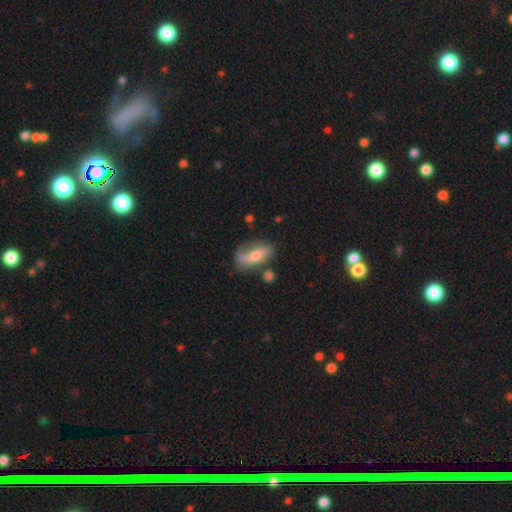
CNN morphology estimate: Q: Smooth or featured?
A: featured or disk (61%); runner-up: smooth (31%)
Q: Edge-on disk?
A: no (88%); runner-up: yes (12%)
Q: Bar?
A: no (44%); runner-up: weak (31%)
Q: Spiral arms?
A: yes (81%); runner-up: no (19%)
Q: Bulge size?
A: moderate (55%); runner-up: small (36%)
Q: Merging?
A: none (59%); runner-up: minor disturbance (23%)